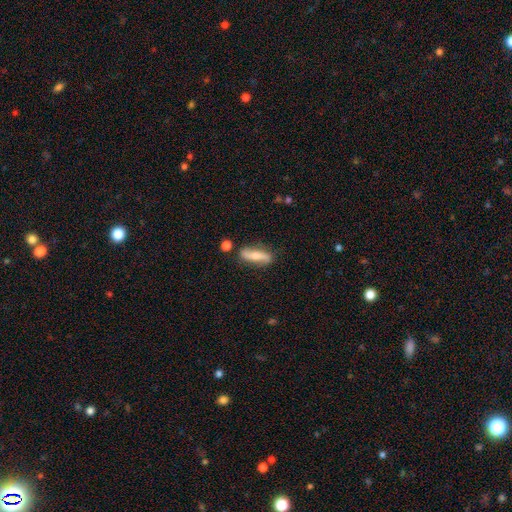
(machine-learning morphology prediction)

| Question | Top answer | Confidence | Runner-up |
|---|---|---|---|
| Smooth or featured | featured or disk | 46% | tied: smooth (46%) |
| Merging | none | 75% | minor disturbance (17%) |